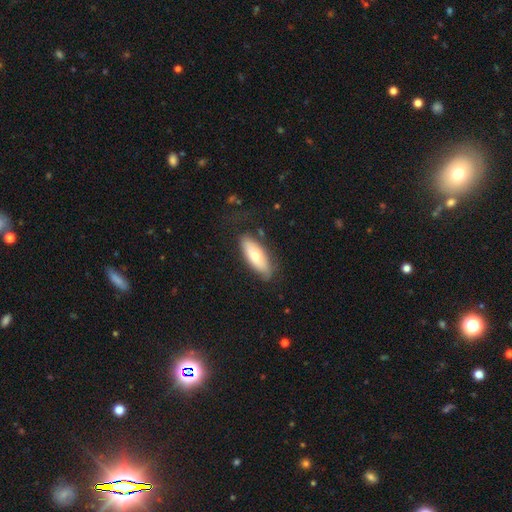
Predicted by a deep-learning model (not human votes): Smooth or featured? smooth (63%)
How rounded? in between (72%)
Merging? none (75%)